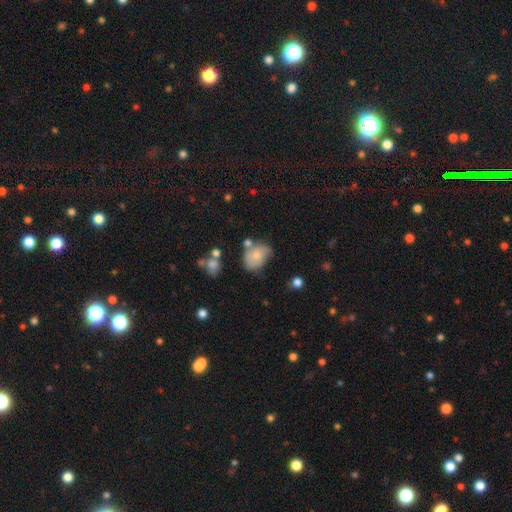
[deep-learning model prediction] Smooth or featured? Predicted: smooth (p=0.68). How rounded? Predicted: in between (p=0.65). Merging? Predicted: none (p=0.42).